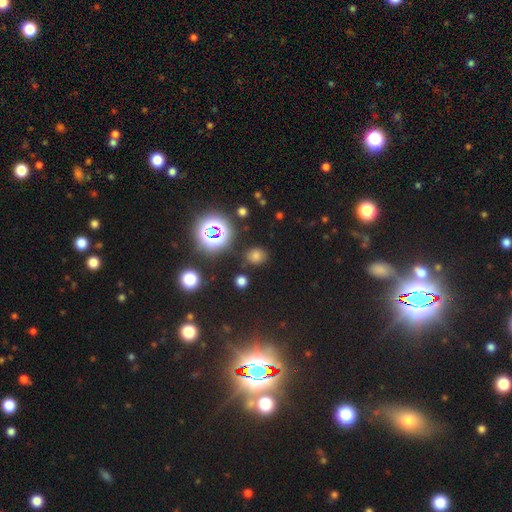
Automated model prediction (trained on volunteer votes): smooth 64%, star or artifact 29%, featured or disk 7%. Down the decision tree: how rounded — round (61%); merging — none (83%).